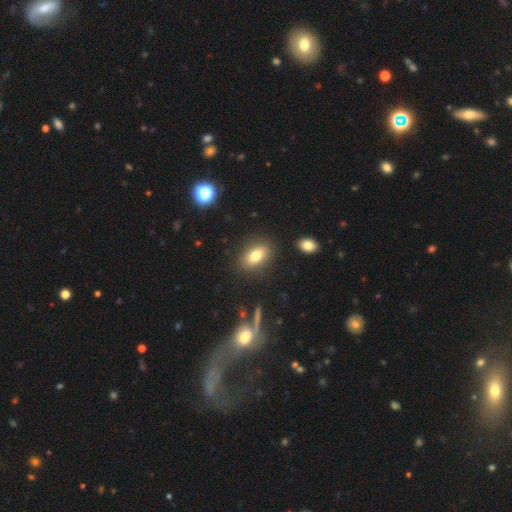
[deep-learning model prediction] smooth_or_featured: smooth (p=0.79) [alt: featured or disk p=0.11]
how_rounded: in between (p=0.86) [alt: round p=0.11]
merging: none (p=0.85) [alt: minor disturbance p=0.09]